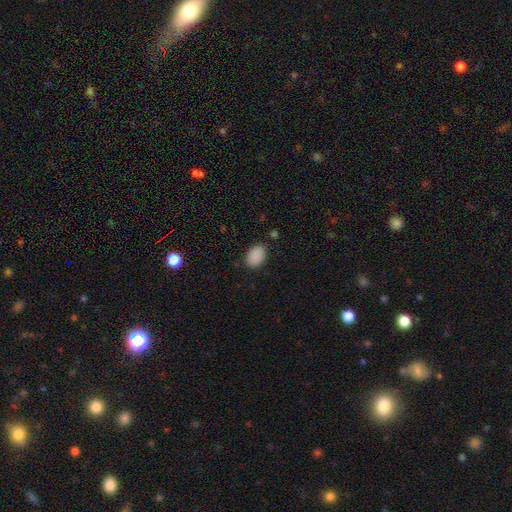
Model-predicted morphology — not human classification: A smooth galaxy with no disk features (89%) that is in between round and cigar-shaped (83%). Merging: none (85%).